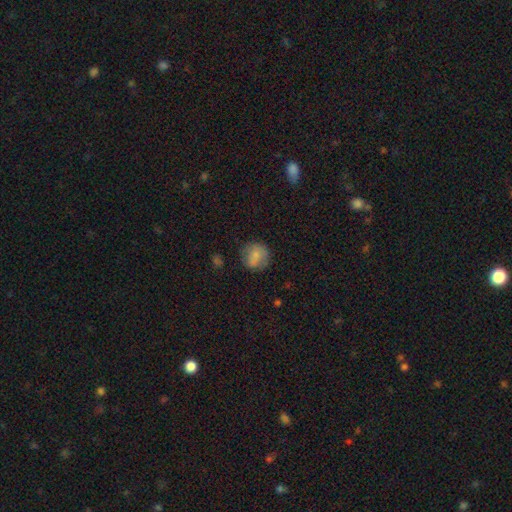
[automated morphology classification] smooth 76%, featured or disk 15%, star or artifact 9%. Down the decision tree: how rounded — round (87%); merging — none (71%).